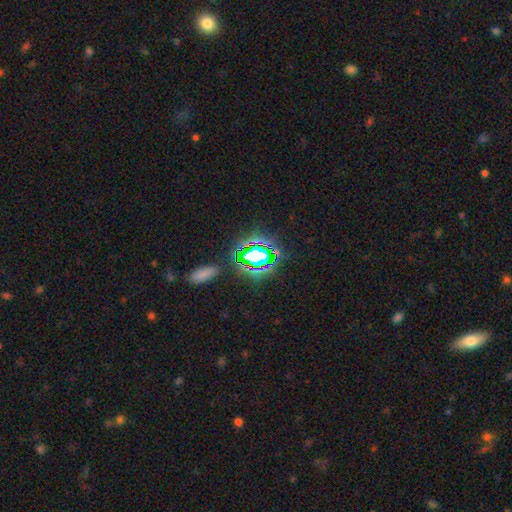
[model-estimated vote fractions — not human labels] smooth_or_featured: star or artifact (p=0.67) [alt: smooth p=0.21]